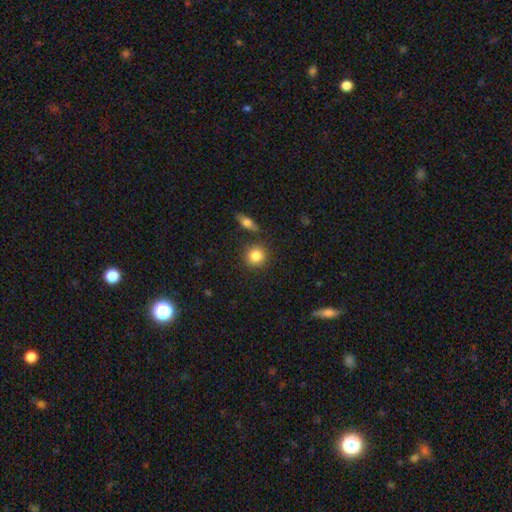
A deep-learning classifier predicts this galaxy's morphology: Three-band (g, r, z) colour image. It shows a smooth galaxy with no disk features (84%) that is round (87%). Merging: none (84%).